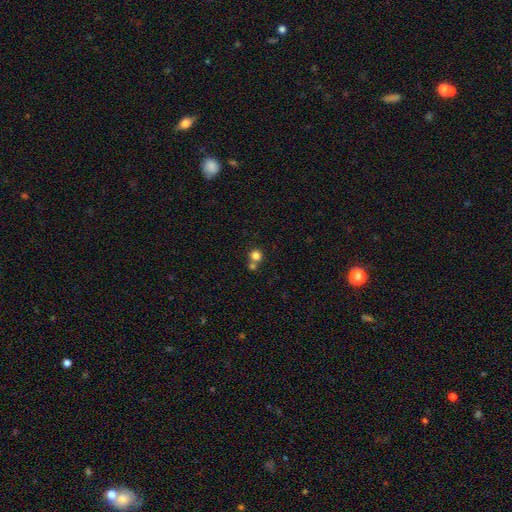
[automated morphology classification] Smooth or featured? smooth (80%)
How rounded? round (90%)
Merging? none (53%)